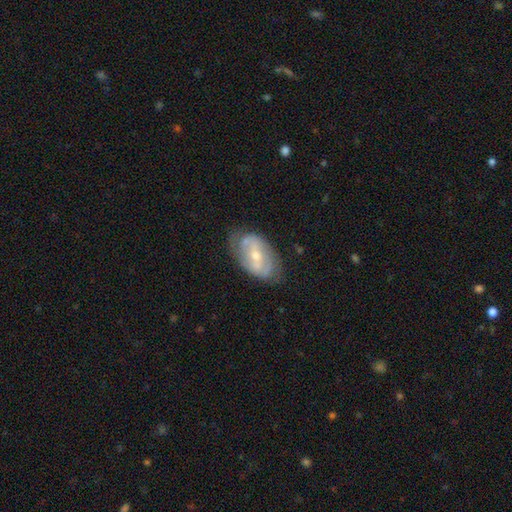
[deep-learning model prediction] This appears to be a featured or disk galaxy (72%) with a weak bar (40%), spiral arms (72%) and a small central bulge (49%). Merging: none (69%).